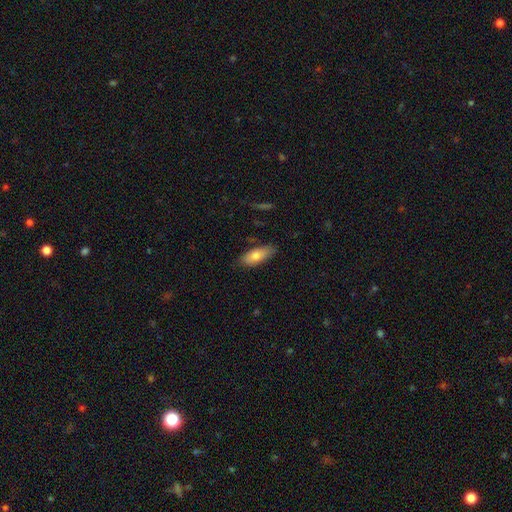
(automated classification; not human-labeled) smooth_or_featured: smooth (p=0.76) [alt: featured or disk p=0.18]
how_rounded: in between (p=0.77) [alt: cigar-shaped p=0.20]
merging: none (p=0.79) [alt: minor disturbance p=0.17]